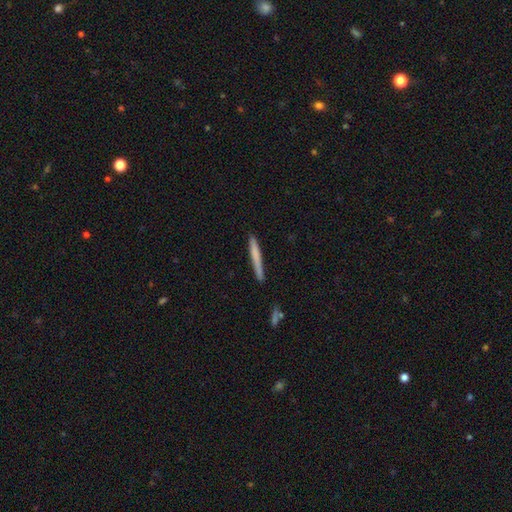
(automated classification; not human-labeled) This appears to be a smooth galaxy with no disk features (67%) that is cigar-shaped (97%). Merging: none (87%).